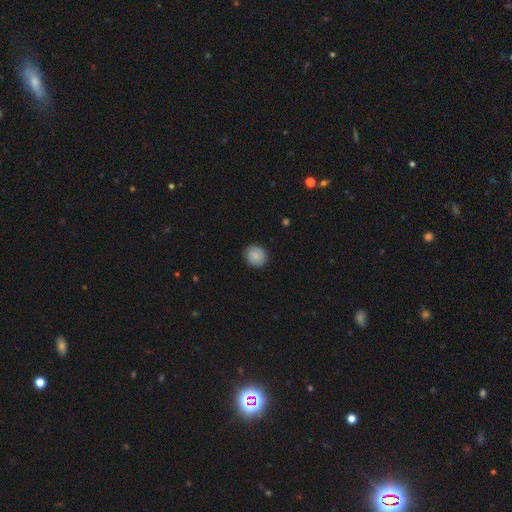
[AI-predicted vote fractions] smooth-or-featured: smooth: 77% | featured or disk: 15% | star or artifact: 7%
  how-rounded: round: 80% | in between: 19% | cigar-shaped: 1%
  merging: none: 86% | minor disturbance: 10% | major disturbance: 2% | merger: 1%